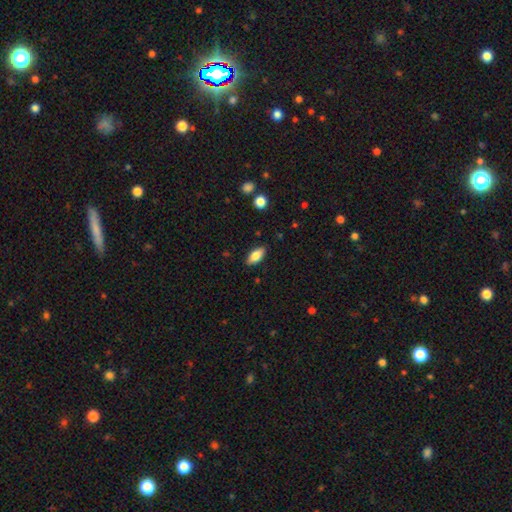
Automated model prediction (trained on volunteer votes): Smooth or featured? smooth (79%)
How rounded? in between (86%)
Merging? none (87%)